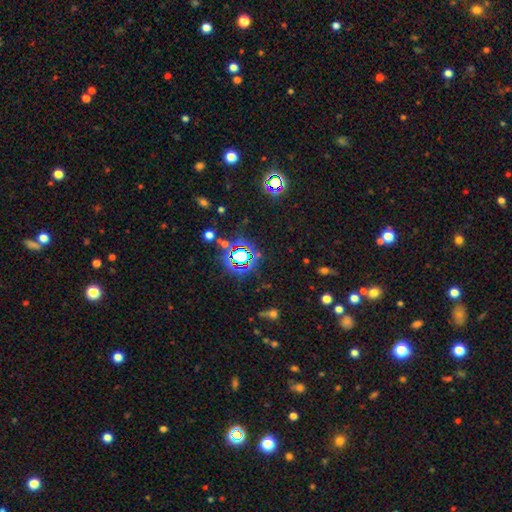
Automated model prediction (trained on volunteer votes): This appears to be a star or artifact, not a galaxy (75%).